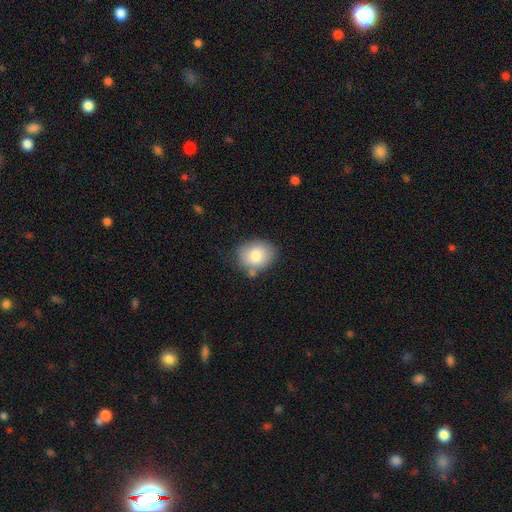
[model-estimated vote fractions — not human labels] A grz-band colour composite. It shows a smooth galaxy with no disk features (81%) that is round (51%). Merging: none (71%).